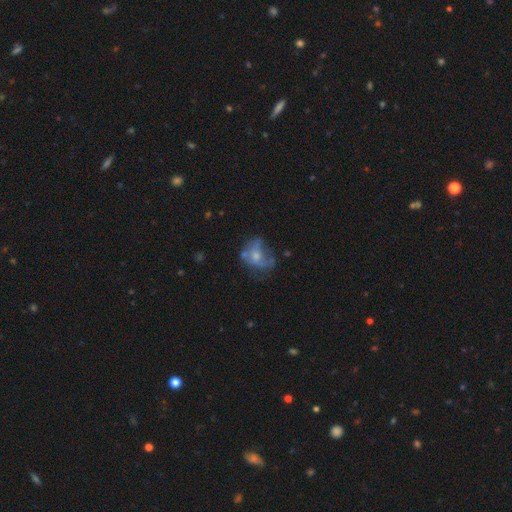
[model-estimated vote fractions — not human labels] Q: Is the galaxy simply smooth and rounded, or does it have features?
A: featured or disk — 45%.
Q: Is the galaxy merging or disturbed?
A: none — 35%.